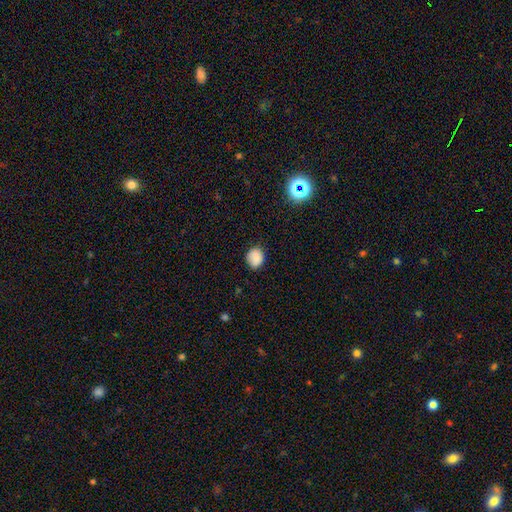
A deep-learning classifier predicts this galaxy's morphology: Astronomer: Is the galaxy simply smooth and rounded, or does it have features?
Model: smooth — 84%.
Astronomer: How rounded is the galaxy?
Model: round — 64%.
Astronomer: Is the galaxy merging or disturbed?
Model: none — 77%.